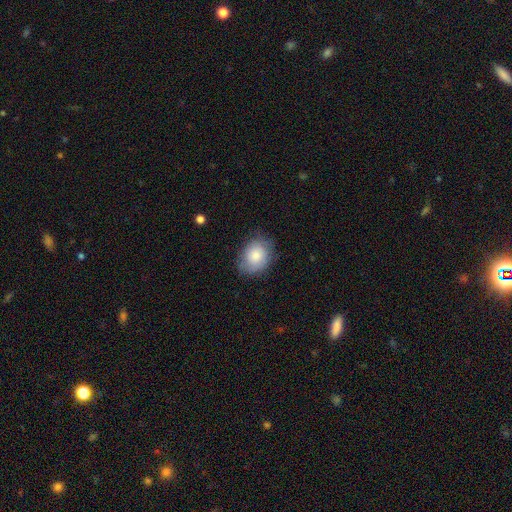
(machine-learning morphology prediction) This appears to be a smooth galaxy with no disk features (79%) that is in between round and cigar-shaped (54%). Merging: none (74%).